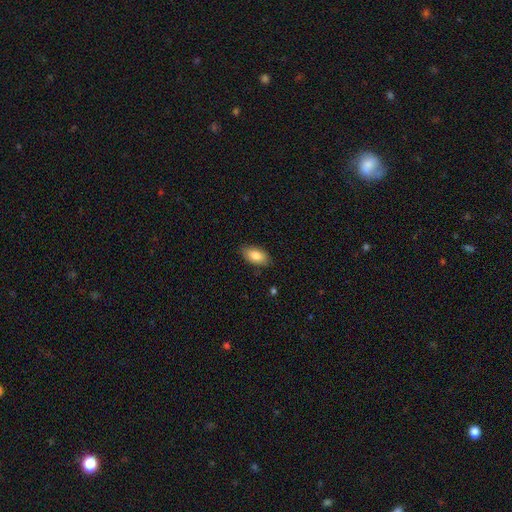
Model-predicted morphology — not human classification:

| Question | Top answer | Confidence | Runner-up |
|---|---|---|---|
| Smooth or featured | smooth | 84% | featured or disk (9%) |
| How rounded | in between | 93% | round (4%) |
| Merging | none | 84% | minor disturbance (13%) |